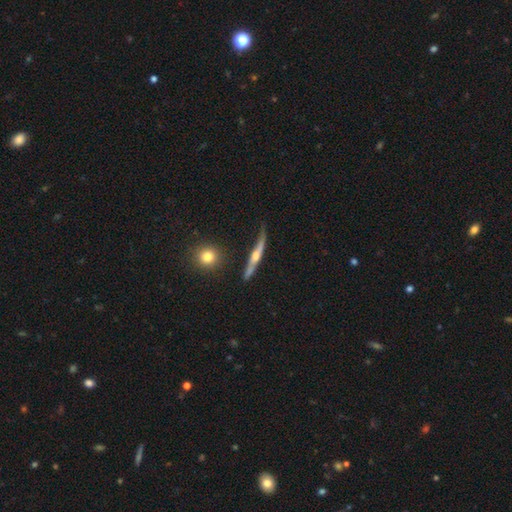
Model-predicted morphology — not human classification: Smooth or featured: featured or disk — 71% (smooth — 24%)
Edge-on disk: yes — 93% (no — 7%)
Edge-on bulge: rounded — 83% (none — 11%)
Merging: none — 68% (minor disturbance — 22%)